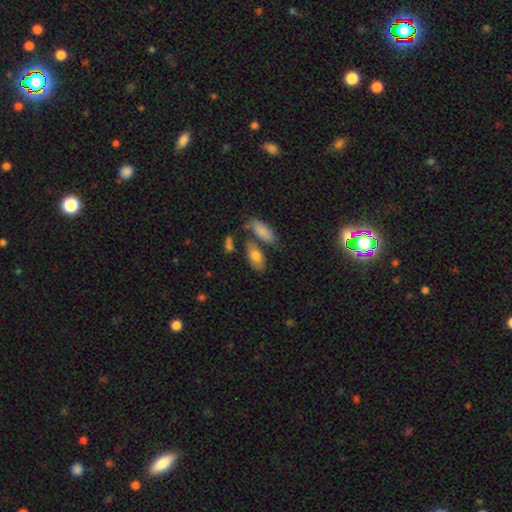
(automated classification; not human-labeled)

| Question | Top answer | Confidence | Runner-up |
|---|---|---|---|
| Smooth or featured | smooth | 78% | featured or disk (16%) |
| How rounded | in between | 89% | cigar-shaped (7%) |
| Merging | none | 59% | merger (21%) |